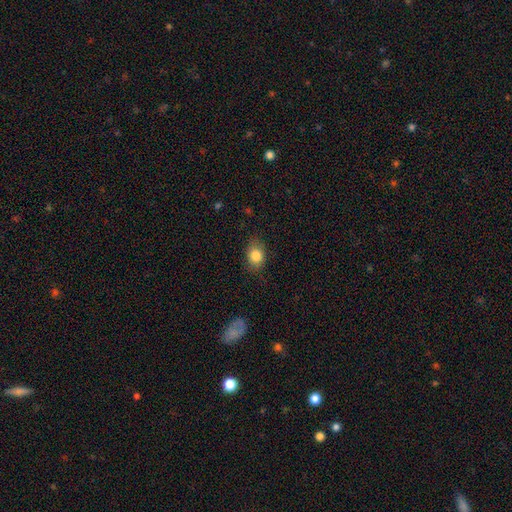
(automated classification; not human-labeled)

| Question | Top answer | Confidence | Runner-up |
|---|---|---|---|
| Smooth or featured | smooth | 83% | star or artifact (9%) |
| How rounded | in between | 69% | round (29%) |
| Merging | none | 79% | minor disturbance (16%) |